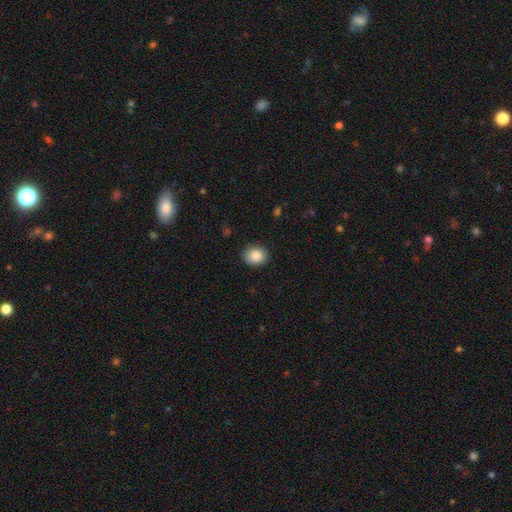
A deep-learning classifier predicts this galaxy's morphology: Smooth or featured? smooth (87%)
How rounded? round (67%)
Merging? none (88%)